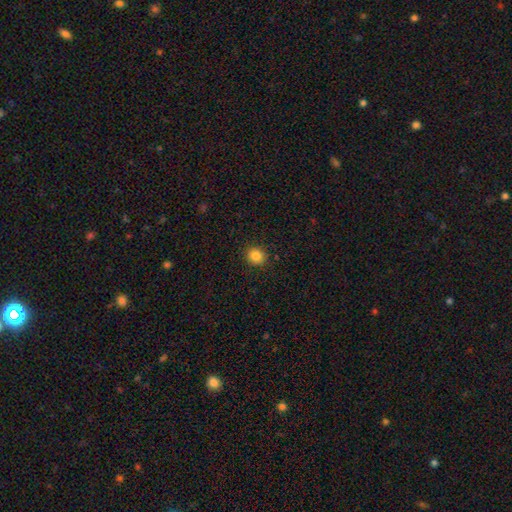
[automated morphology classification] The model was most divided on "how rounded": round: 84%, in between: 15%, cigar-shaped: 1%. More confident: merging — none (91%); smooth or featured — smooth (84%).